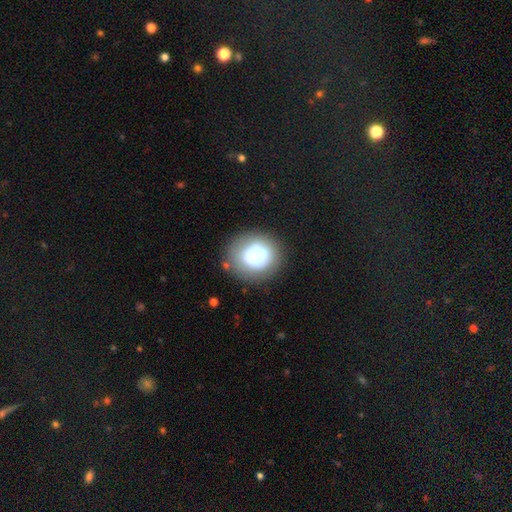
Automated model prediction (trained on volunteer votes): Smooth or featured: smooth — 72% (featured or disk — 18%)
How rounded: round — 79% (in between — 20%)
Merging: none — 64% (minor disturbance — 18%)